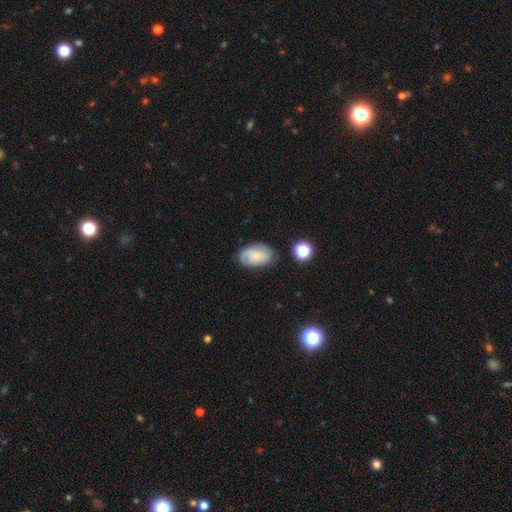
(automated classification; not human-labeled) This appears to be a smooth galaxy with no disk features (54%) that is in between round and cigar-shaped (87%). Merging: none (68%).